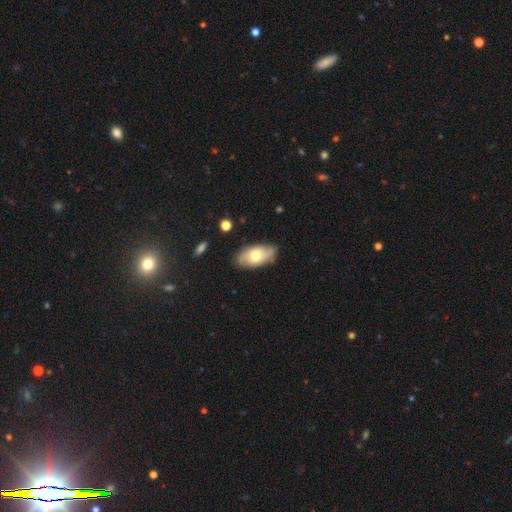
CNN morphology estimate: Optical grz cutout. It shows a smooth galaxy with no disk features (54%) that is in between round and cigar-shaped (92%). Merging: none (75%).